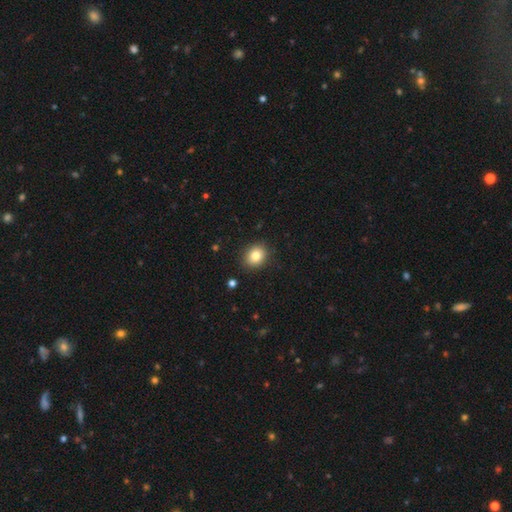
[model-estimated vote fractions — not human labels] This appears to be a smooth galaxy with no disk features (82%) that is round (63%). Merging: none (89%).